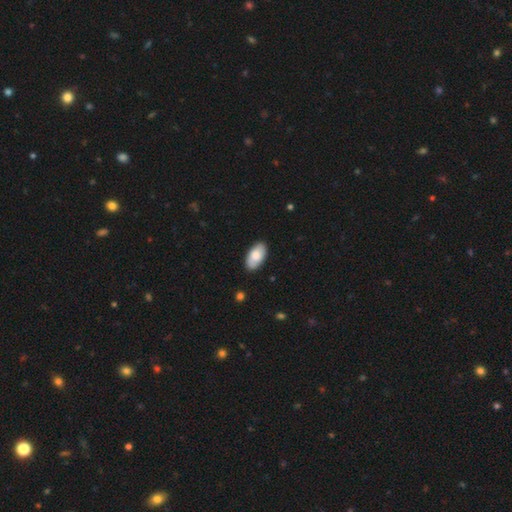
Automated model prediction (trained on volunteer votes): Smooth or featured? smooth (78%)
How rounded? in between (95%)
Merging? none (85%)